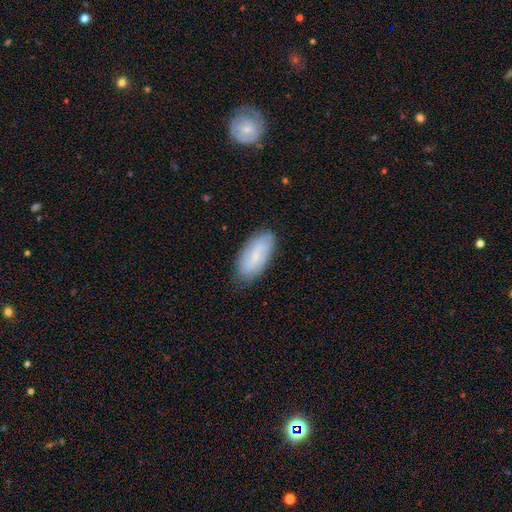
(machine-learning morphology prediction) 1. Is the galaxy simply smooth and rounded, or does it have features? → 57% smooth, 36% featured or disk, 7% star or artifact.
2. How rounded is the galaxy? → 89% in between, 9% cigar-shaped, 2% round.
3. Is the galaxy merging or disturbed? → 80% none, 16% minor disturbance, 3% major disturbance, 1% merger.